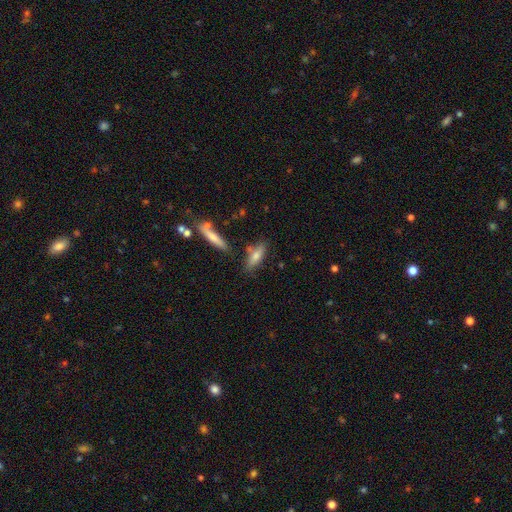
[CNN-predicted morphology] The model was most divided on "how rounded": in between: 50%, cigar-shaped: 47%, round: 3%. More confident: smooth or featured — smooth (69%); merging — none (69%).